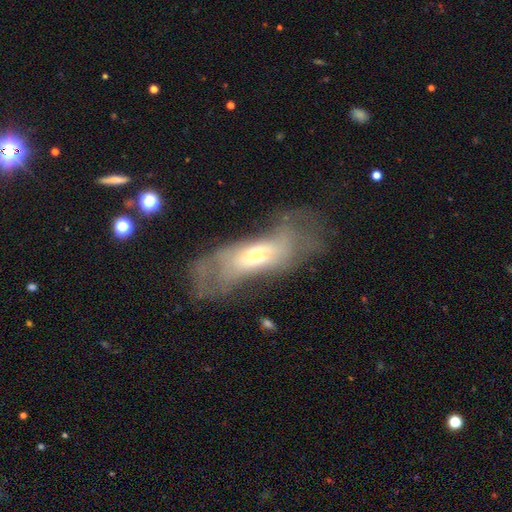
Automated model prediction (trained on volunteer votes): A featured or disk galaxy (52%). Merging: major disturbance (46%).